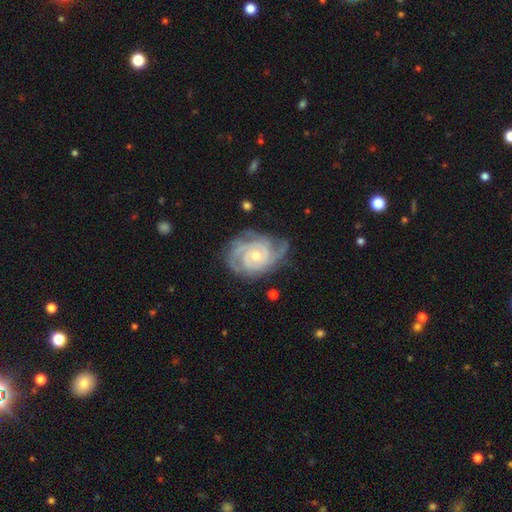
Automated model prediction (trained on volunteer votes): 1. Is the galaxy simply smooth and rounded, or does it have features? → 91% featured or disk, 5% star or artifact, 4% smooth.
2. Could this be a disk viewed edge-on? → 98% no, 2% yes.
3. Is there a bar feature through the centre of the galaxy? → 72% no, 22% weak, 6% strong.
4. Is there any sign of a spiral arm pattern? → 98% yes, 2% no.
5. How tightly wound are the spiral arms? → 71% tight, 25% medium, 3% loose.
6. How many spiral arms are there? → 39% 3, 20% 4, 15% 2, 14% can't tell, 6% more than 4, 6% 1.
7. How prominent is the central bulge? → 55% small, 42% moderate, 1% large, 1% none, 1% dominant.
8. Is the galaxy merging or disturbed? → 72% none, 20% minor disturbance, 7% major disturbance, 1% merger.